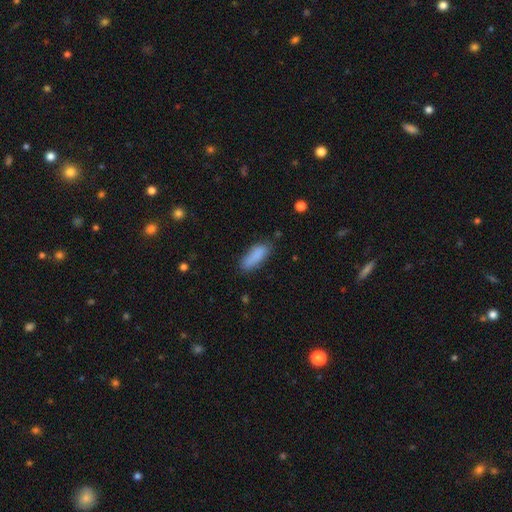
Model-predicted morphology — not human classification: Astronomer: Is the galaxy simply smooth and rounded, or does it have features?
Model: smooth — 86%.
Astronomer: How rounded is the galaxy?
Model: in between — 64%.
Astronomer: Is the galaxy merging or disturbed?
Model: none — 73%.